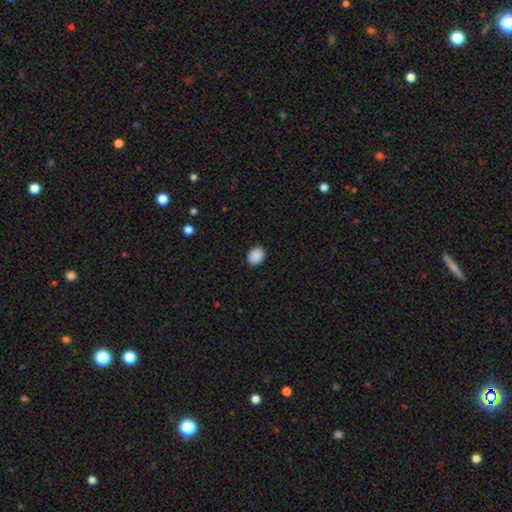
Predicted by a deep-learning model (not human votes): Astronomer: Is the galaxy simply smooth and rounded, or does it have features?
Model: smooth — 90%.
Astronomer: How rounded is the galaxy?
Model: in between — 57% (runner-up: round, 42%).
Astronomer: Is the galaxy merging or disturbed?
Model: none — 89%.